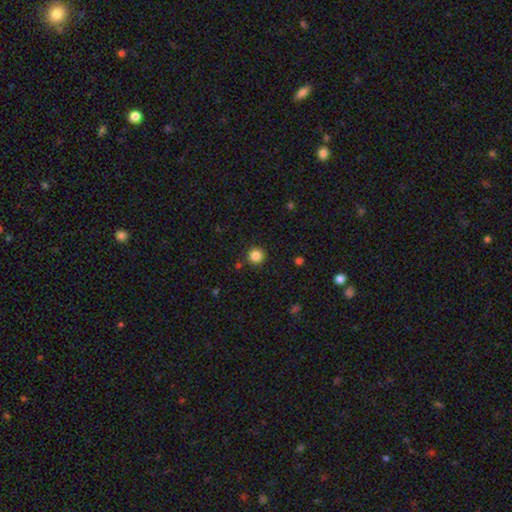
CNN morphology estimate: The model was most divided on "smooth or featured": smooth: 86%, star or artifact: 11%, featured or disk: 3%. More confident: how rounded — round (95%); merging — none (90%).